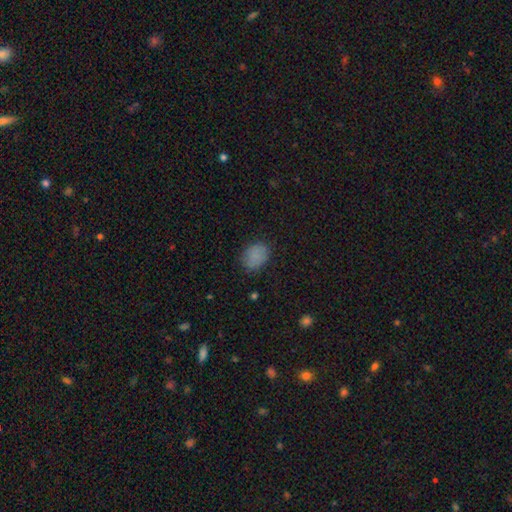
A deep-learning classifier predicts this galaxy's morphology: smooth_or_featured: smooth (p=0.84) [alt: star or artifact p=0.11]
how_rounded: in between (p=0.68) [alt: round p=0.31]
merging: none (p=0.78) [alt: minor disturbance p=0.16]